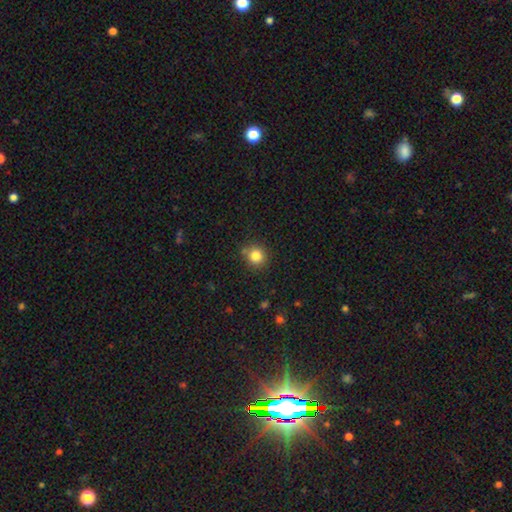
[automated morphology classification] smooth-or-featured: smooth: 82% | star or artifact: 12% | featured or disk: 6%
  how-rounded: round: 89% | in between: 10% | cigar-shaped: 1%
  merging: none: 80% | minor disturbance: 11% | merger: 5% | major disturbance: 3%